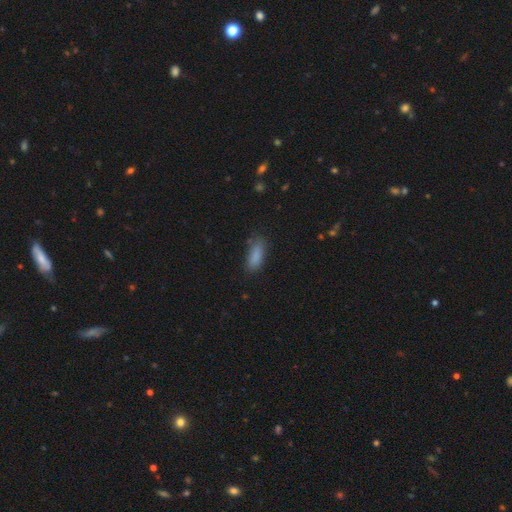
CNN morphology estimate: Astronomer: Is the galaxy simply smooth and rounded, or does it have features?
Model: smooth — 86%.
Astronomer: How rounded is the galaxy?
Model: in between — 72%.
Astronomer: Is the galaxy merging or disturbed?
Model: none — 72%.